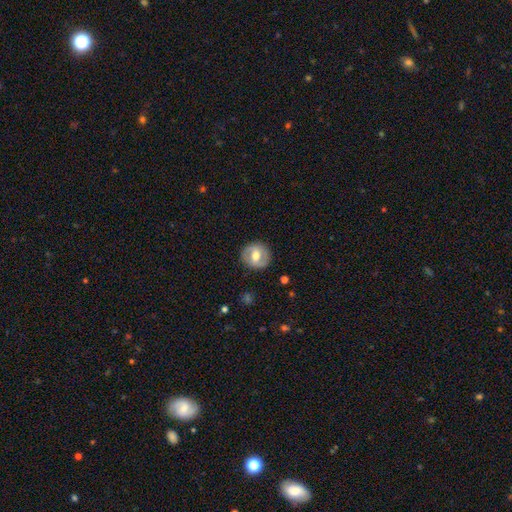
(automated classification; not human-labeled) This appears to be a featured or disk galaxy (53%) with a weak bar (45%), spiral arms (58%) and a moderate central bulge (74%). Merging: none (86%).